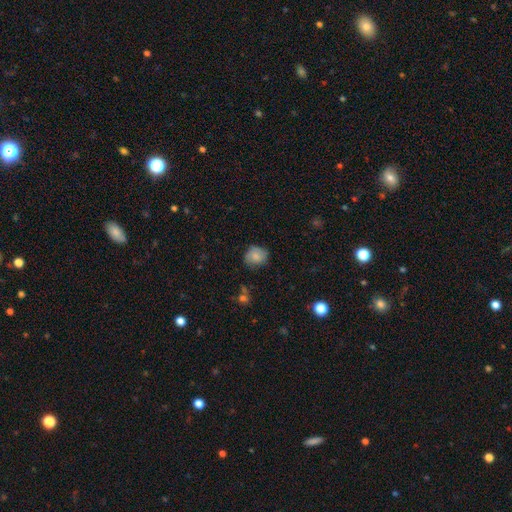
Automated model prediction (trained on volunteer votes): smooth-or-featured: smooth: 76% | featured or disk: 16% | star or artifact: 8%
  how-rounded: round: 75% | in between: 24% | cigar-shaped: 1%
  merging: none: 72% | minor disturbance: 21% | major disturbance: 5% | merger: 2%